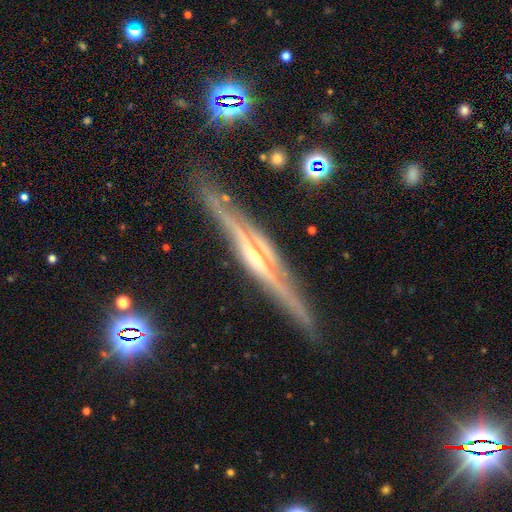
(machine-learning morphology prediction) smooth_or_featured: featured or disk (p=0.88) [alt: smooth p=0.06]
disk_edge_on: yes (p=0.96) [alt: no p=0.04]
edge_on_bulge: rounded (p=0.72) [alt: none p=0.15]
merging: none (p=0.85) [alt: minor disturbance p=0.11]